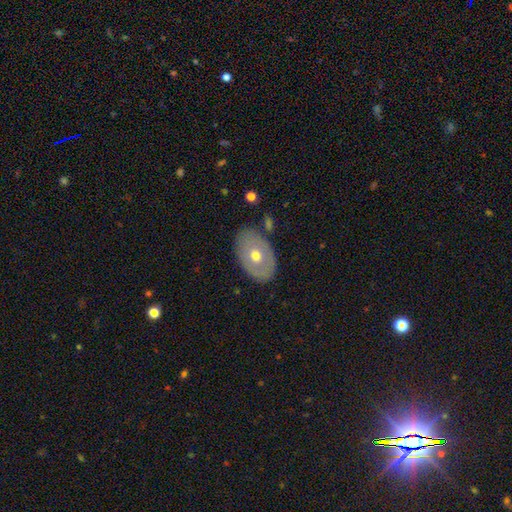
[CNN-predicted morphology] Q: Smooth or featured?
A: smooth (54%); runner-up: featured or disk (40%)
Q: How rounded?
A: in between (87%); runner-up: round (12%)
Q: Merging?
A: none (81%); runner-up: minor disturbance (13%)